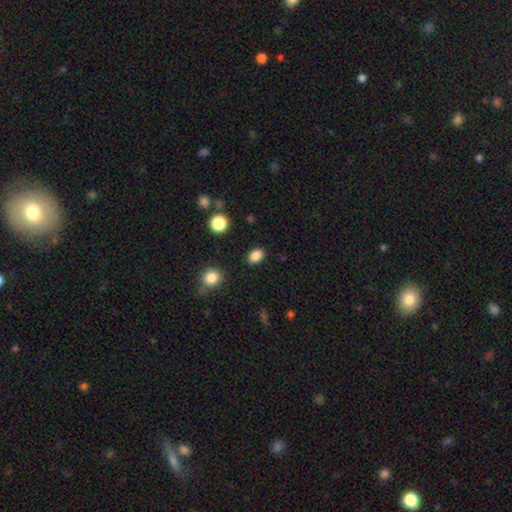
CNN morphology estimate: smooth 86%, star or artifact 10%, featured or disk 4%. Down the decision tree: how rounded — in between (74%); merging — none (86%).